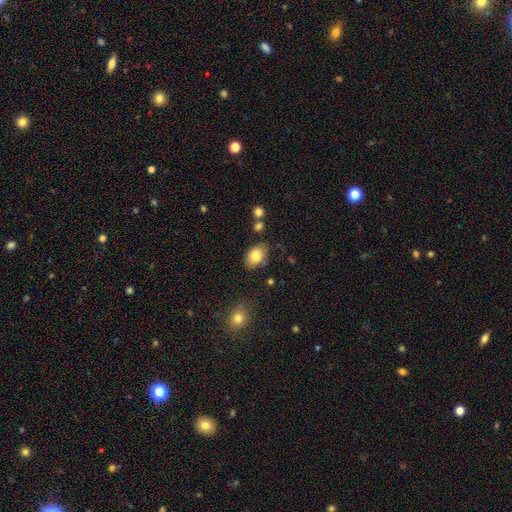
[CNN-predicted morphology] Smooth or featured: smooth — 82% (featured or disk — 10%)
How rounded: in between — 86% (round — 12%)
Merging: none — 75% (minor disturbance — 17%)